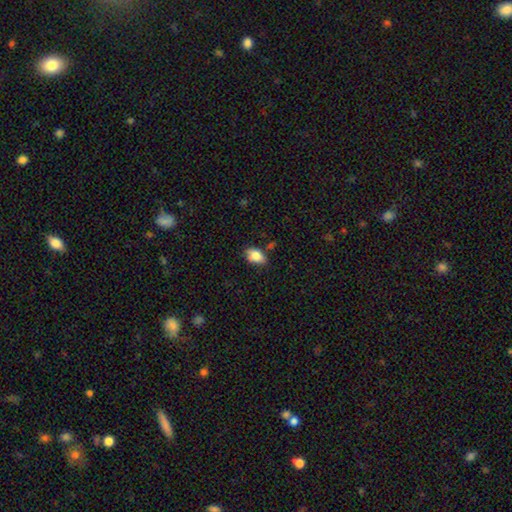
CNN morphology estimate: A smooth galaxy with no disk features (83%) that is in between round and cigar-shaped (88%). Merging: none (70%).